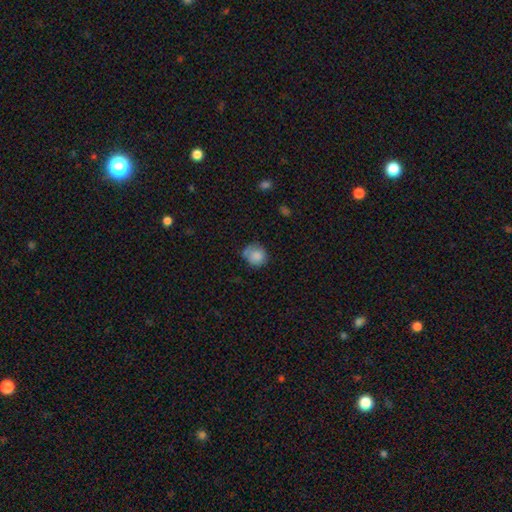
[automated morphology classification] Smooth or featured? Predicted: smooth (p=0.82). How rounded? Predicted: round (p=0.85). Merging? Predicted: none (p=0.60).